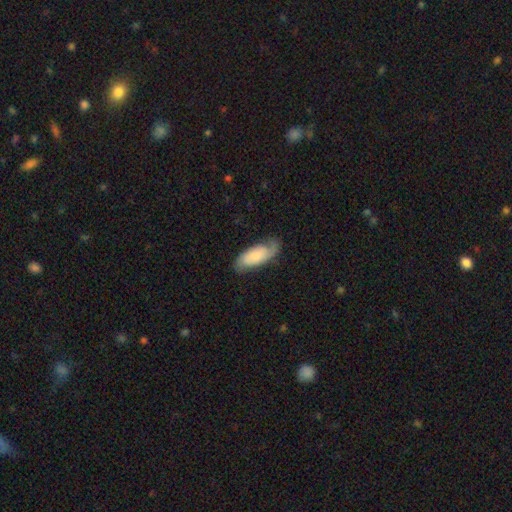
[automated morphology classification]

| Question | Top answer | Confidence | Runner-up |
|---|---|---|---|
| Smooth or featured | smooth | 51% | featured or disk (42%) |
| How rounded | in between | 80% | cigar-shaped (18%) |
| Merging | none | 68% | minor disturbance (23%) |